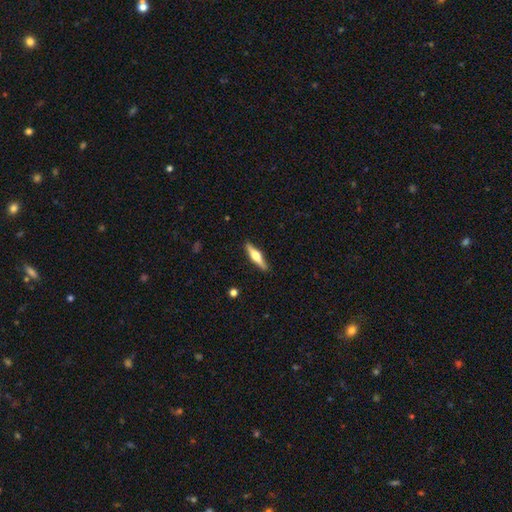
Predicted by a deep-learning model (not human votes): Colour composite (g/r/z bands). It shows a featured or disk galaxy (61%) viewed edge-on (97%) with a rounded central bulge (93%). Merging: none (90%).